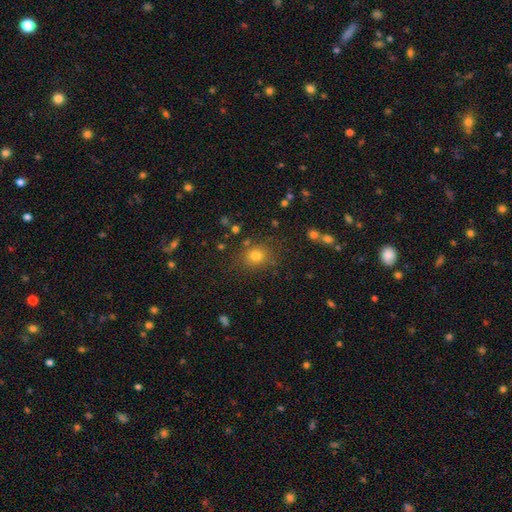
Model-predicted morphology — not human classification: Q: Smooth or featured?
A: smooth (75%); runner-up: star or artifact (17%)
Q: How rounded?
A: round (71%); runner-up: in between (28%)
Q: Merging?
A: none (80%); runner-up: minor disturbance (11%)